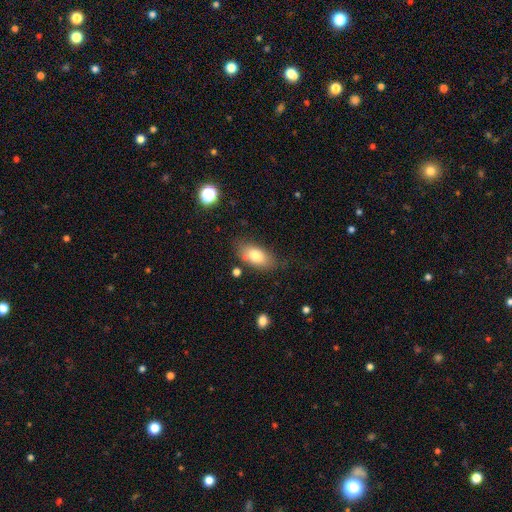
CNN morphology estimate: smooth-or-featured: smooth: 77% | featured or disk: 15% | star or artifact: 8%
  how-rounded: in between: 90% | cigar-shaped: 5% | round: 5%
  merging: none: 72% | minor disturbance: 19% | major disturbance: 5% | merger: 4%